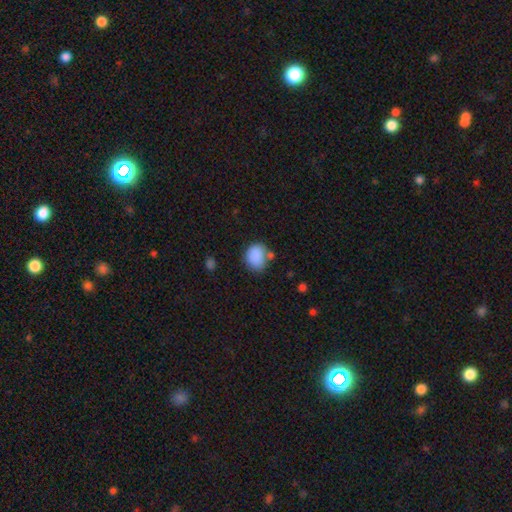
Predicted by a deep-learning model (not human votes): smooth_or_featured: smooth (p=0.86) [alt: star or artifact p=0.08]
how_rounded: in between (p=0.51) [alt: round p=0.49]
merging: none (p=0.61) [alt: minor disturbance p=0.20]